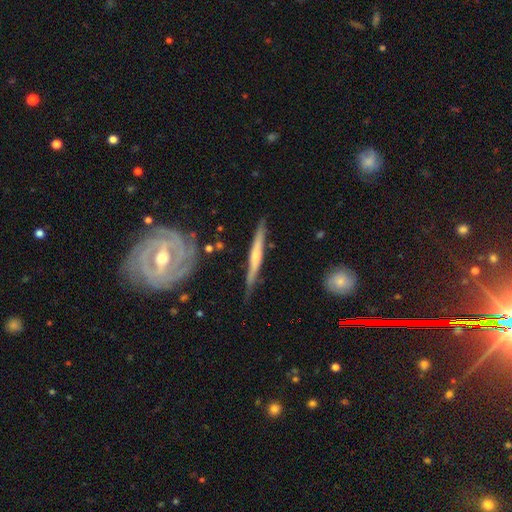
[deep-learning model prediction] Smooth or featured?
  - featured or disk: 68% *
  - smooth: 27%
  - star or artifact: 5%
Edge-on disk?
  - yes: 93% *
  - no: 7%
Edge-on bulge?
  - rounded: 54% *
  - none: 36%
  - boxy: 10%
Merging?
  - none: 74% *
  - minor disturbance: 19%
  - major disturbance: 4%
  - merger: 3%